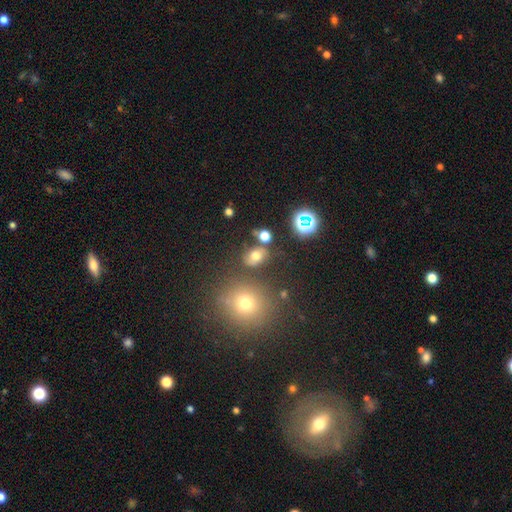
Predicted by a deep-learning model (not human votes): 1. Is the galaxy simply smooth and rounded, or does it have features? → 66% smooth, 20% star or artifact, 14% featured or disk.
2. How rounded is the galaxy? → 69% in between, 29% round, 2% cigar-shaped.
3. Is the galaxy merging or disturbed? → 69% none, 14% minor disturbance, 11% merger, 6% major disturbance.